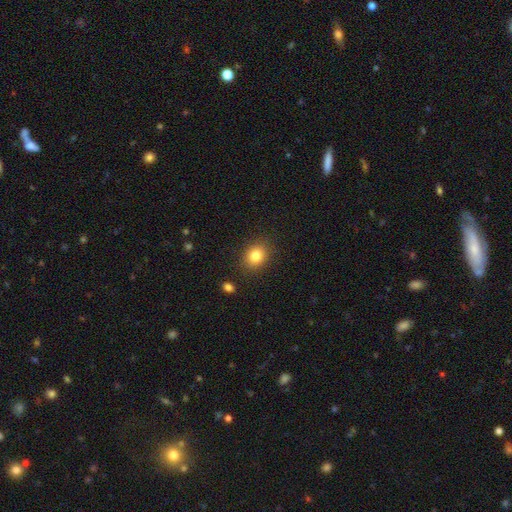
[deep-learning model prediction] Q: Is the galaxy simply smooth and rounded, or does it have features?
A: smooth — 82%.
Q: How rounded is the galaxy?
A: round — 55%.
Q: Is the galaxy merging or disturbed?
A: none — 87%.